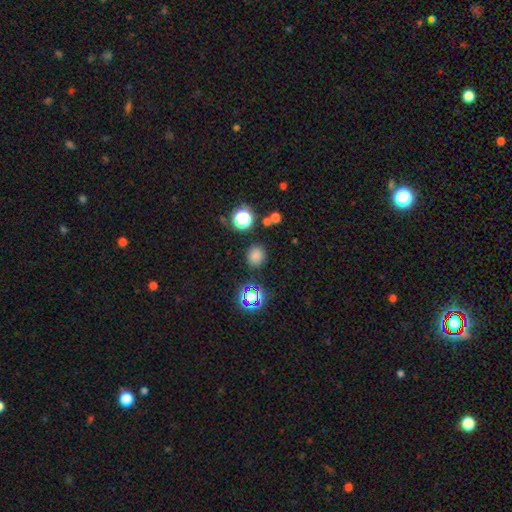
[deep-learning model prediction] smooth 74%, star or artifact 21%, featured or disk 5%. Down the decision tree: how rounded — round (82%); merging — none (84%).